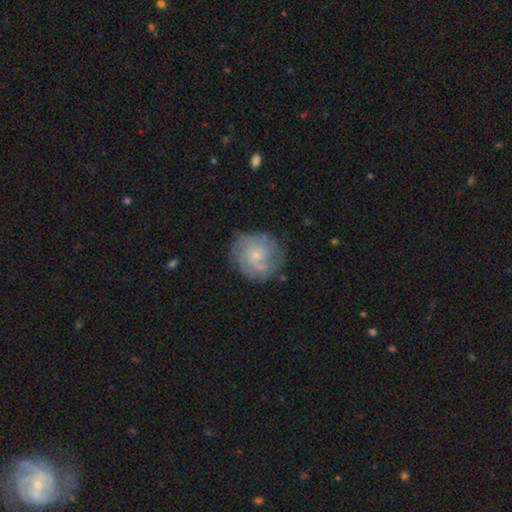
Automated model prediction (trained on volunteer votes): This appears to be a featured or disk galaxy (55%) with no bar (79%), spiral arms (75%) and a small central bulge (71%). Merging: none (72%).